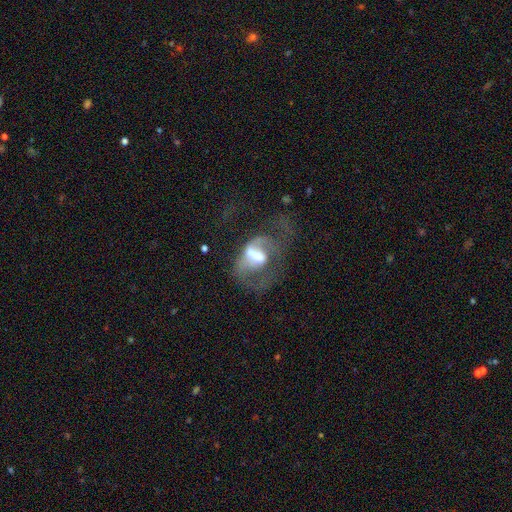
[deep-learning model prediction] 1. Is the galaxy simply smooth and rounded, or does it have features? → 63% featured or disk, 28% smooth, 9% star or artifact.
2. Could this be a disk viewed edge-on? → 97% no, 3% yes.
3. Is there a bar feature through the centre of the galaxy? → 53% no, 35% weak, 12% strong.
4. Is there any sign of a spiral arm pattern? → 58% yes, 42% no.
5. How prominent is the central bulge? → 54% moderate, 20% large, 18% small, 5% none, 3% dominant.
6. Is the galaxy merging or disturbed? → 43% major disturbance, 29% merger, 17% none, 11% minor disturbance.